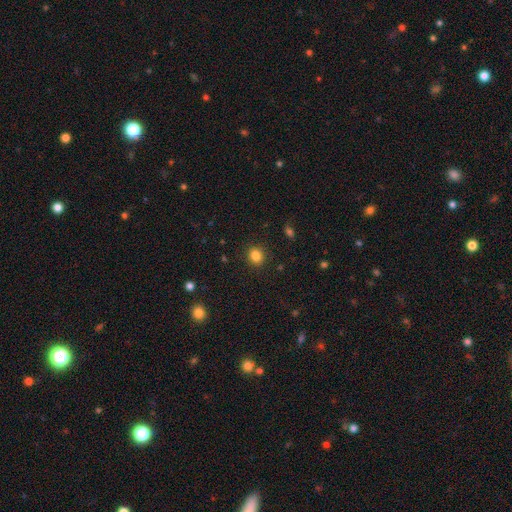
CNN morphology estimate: Smooth or featured? smooth (84%)
How rounded? round (75%)
Merging? none (90%)